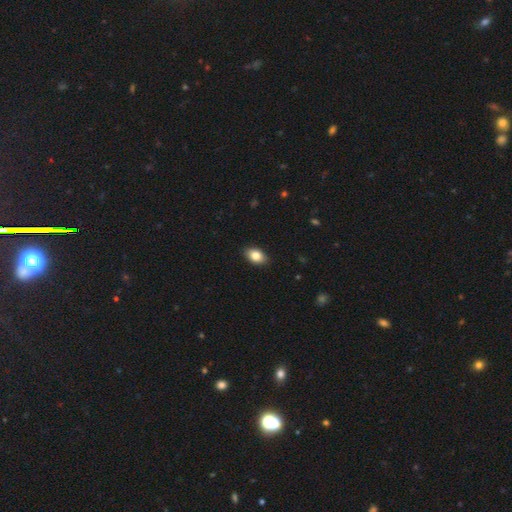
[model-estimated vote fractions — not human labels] Smooth or featured? Predicted: smooth (p=0.83). How rounded? Predicted: in between (p=0.89). Merging? Predicted: none (p=0.89).